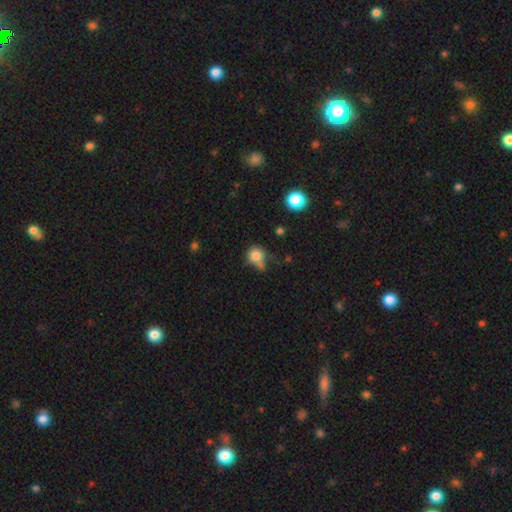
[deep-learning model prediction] Smooth or featured?
  - smooth: 79% *
  - star or artifact: 12%
  - featured or disk: 9%
How rounded?
  - round: 82% *
  - in between: 17%
  - cigar-shaped: 1%
Merging?
  - none: 47% *
  - minor disturbance: 26%
  - merger: 16%
  - major disturbance: 11%